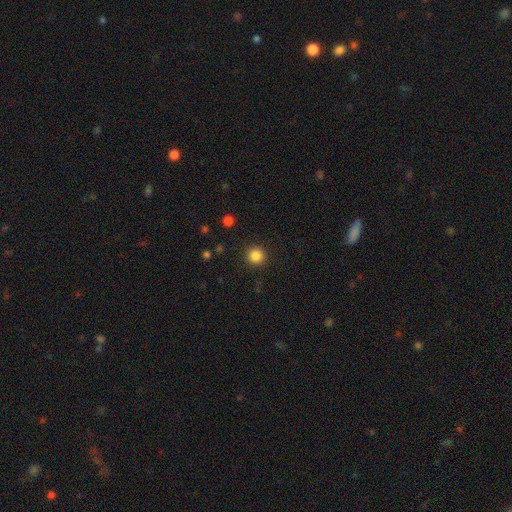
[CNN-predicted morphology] A smooth galaxy with no disk features (85%) that is round (94%).

Vote fractions:
- Smooth or featured? smooth: 85% / star or artifact: 11% / featured or disk: 4%
- How rounded? round: 94% / in between: 5% / cigar-shaped: 1%
- Merging? none: 92% / minor disturbance: 5% / major disturbance: 2% / merger: 1%